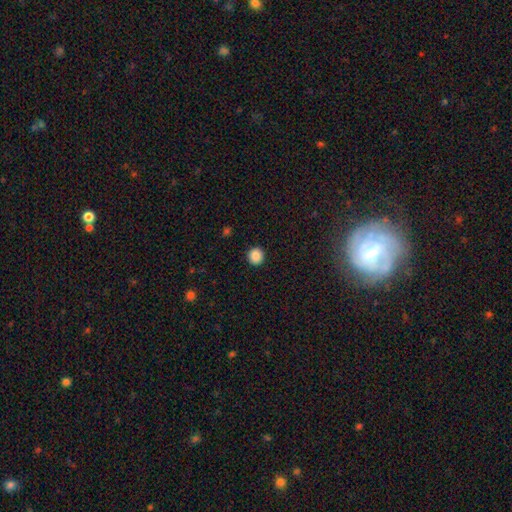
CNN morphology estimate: A smooth galaxy with no disk features (88%) that is round (93%). Merging: none (93%).